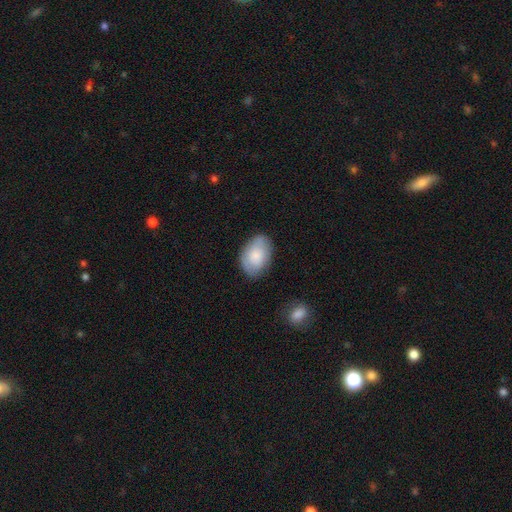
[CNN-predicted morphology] This appears to be a smooth galaxy with no disk features (74%) that is in between round and cigar-shaped (87%). Merging: none (75%).